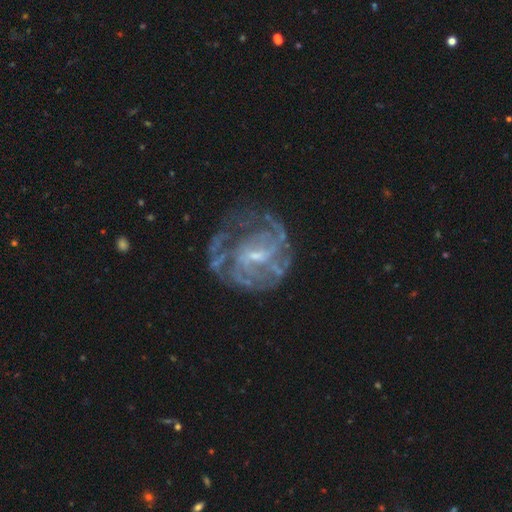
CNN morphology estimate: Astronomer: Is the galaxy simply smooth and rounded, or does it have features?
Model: featured or disk — 82%.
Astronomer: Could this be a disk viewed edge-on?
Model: no — 98%.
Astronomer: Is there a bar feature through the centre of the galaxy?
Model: weak — 55% (runner-up: no, 31%).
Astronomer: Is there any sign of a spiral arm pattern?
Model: yes — 83%.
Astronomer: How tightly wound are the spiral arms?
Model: tight — 50% (runner-up: medium, 36%).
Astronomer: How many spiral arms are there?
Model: can't tell — 46%.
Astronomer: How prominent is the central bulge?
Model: small — 65%.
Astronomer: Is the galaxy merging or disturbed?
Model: none — 55%.